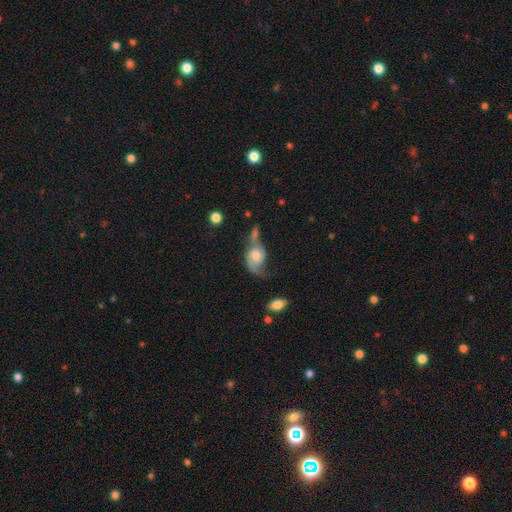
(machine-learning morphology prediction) A featured or disk galaxy (55%) with no bar (70%), spiral arms (77%) and a moderate central bulge (61%). Merging: merger (28%).